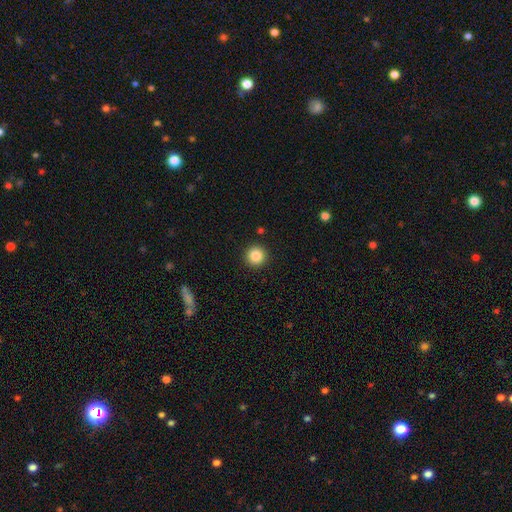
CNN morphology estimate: Smooth or featured? smooth (86%)
How rounded? round (96%)
Merging? none (92%)